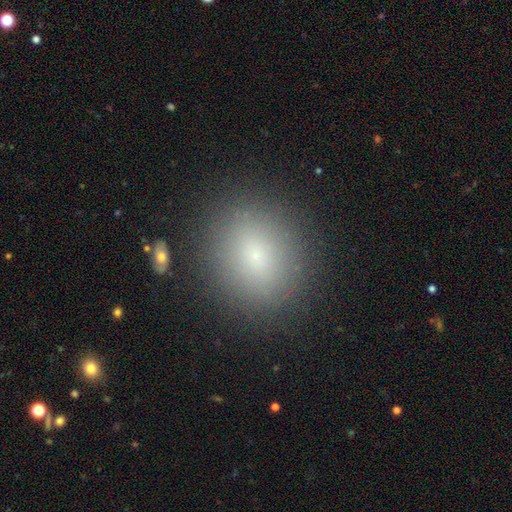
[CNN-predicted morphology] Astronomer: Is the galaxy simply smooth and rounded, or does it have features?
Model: smooth — 74%.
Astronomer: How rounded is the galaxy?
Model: round — 75%.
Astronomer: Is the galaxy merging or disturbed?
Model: none — 87%.